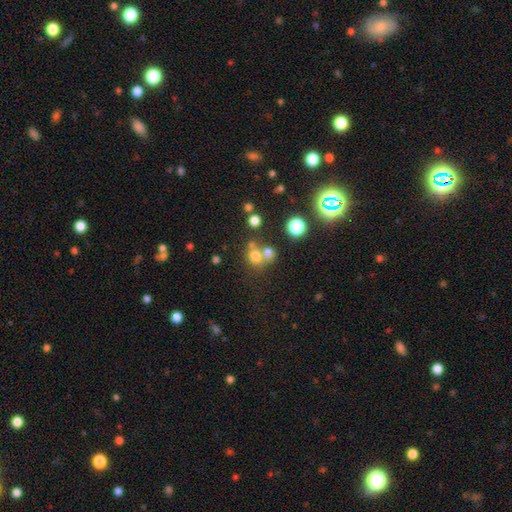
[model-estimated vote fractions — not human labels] smooth_or_featured: smooth (p=0.69) [alt: star or artifact p=0.20]
how_rounded: round (p=0.76) [alt: in between p=0.23]
merging: none (p=0.47) [alt: merger p=0.39]